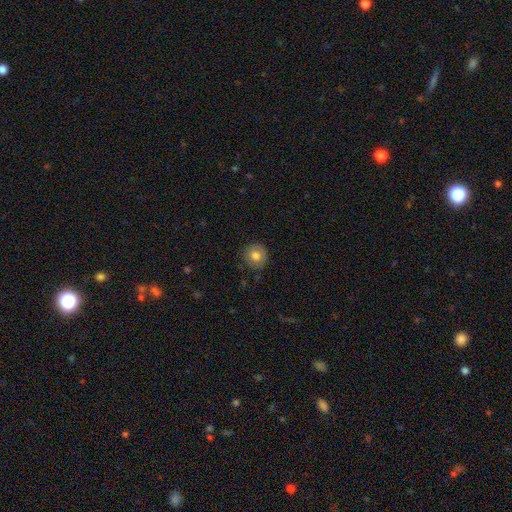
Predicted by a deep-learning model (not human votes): The model was most divided on "smooth or featured": smooth: 78%, featured or disk: 13%, star or artifact: 9%. More confident: how rounded — round (90%); merging — none (84%).